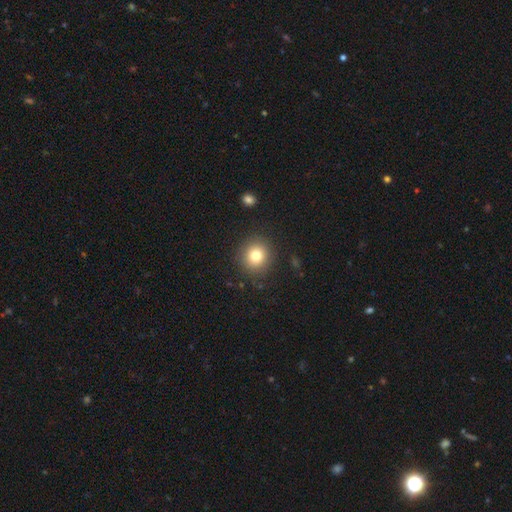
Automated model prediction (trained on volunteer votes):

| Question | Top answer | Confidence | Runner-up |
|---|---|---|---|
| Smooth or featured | smooth | 79% | star or artifact (12%) |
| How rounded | round | 90% | in between (9%) |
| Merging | none | 89% | minor disturbance (7%) |